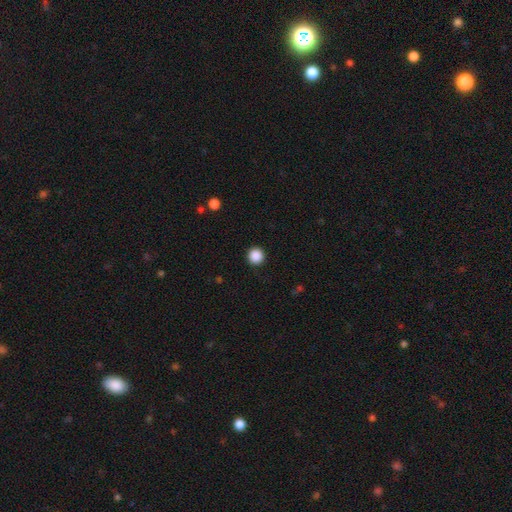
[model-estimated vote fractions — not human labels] The model was most divided on "smooth or featured": smooth: 88%, star or artifact: 10%, featured or disk: 2%. More confident: how rounded — round (96%); merging — none (93%).